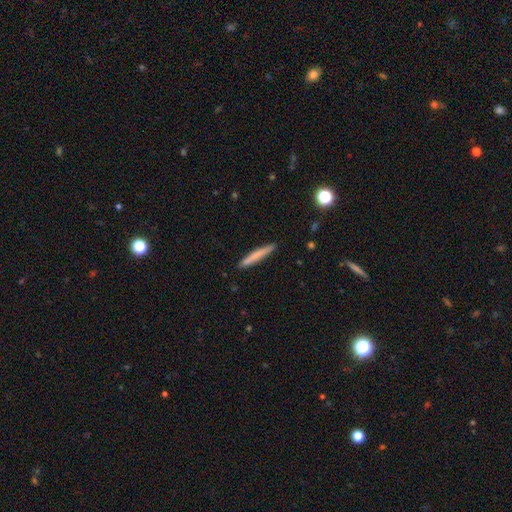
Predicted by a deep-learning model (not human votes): This appears to be a smooth galaxy with no disk features (73%) that is cigar-shaped (96%). Merging: none (91%).